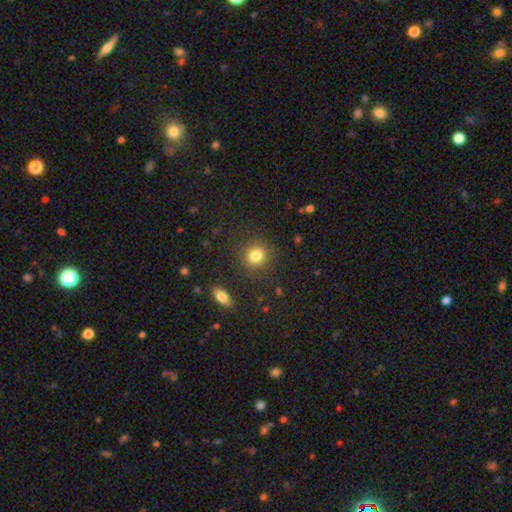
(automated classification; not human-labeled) smooth_or_featured: smooth (p=0.82) [alt: star or artifact p=0.12]
how_rounded: round (p=0.84) [alt: in between p=0.15]
merging: none (p=0.87) [alt: minor disturbance p=0.08]